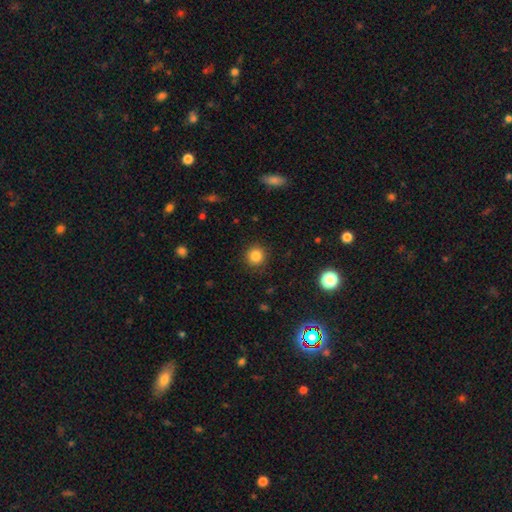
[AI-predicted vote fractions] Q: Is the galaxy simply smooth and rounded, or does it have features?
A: smooth — 84%.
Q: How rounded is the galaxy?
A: round — 93%.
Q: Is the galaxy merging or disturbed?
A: none — 90%.